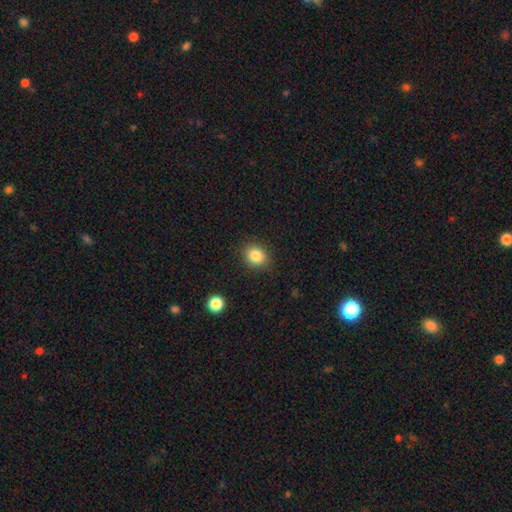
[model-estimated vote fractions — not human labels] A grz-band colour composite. It shows a smooth galaxy with no disk features (85%) that is round (56%). Merging: none (88%).